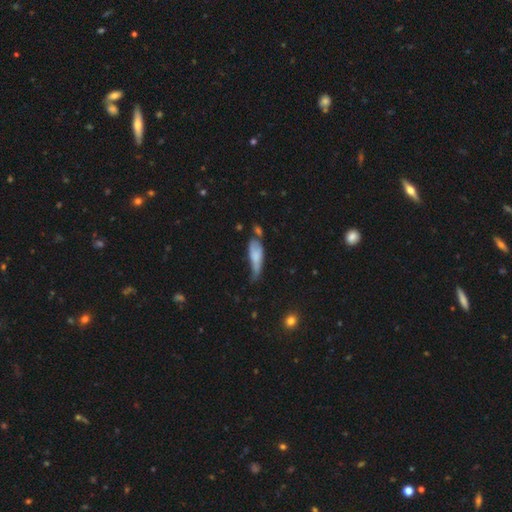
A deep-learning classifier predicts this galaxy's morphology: Q: Smooth or featured?
A: smooth (66%); runner-up: featured or disk (26%)
Q: How rounded?
A: in between (55%); runner-up: cigar-shaped (42%)
Q: Merging?
A: minor disturbance (37%); runner-up: major disturbance (27%)